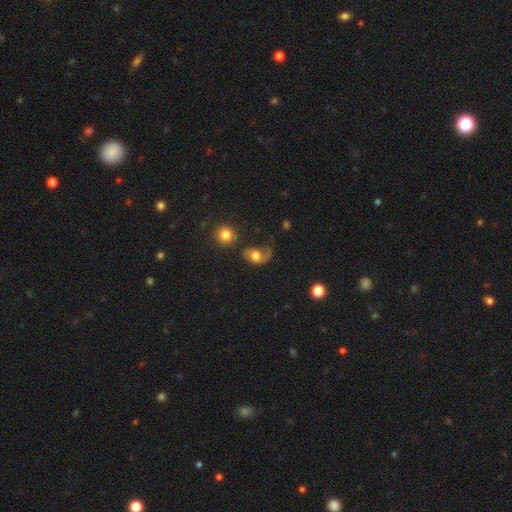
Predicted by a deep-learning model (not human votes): Morphology: type=featured or disk (45%, tied with smooth); merging=major disturbance (38%).